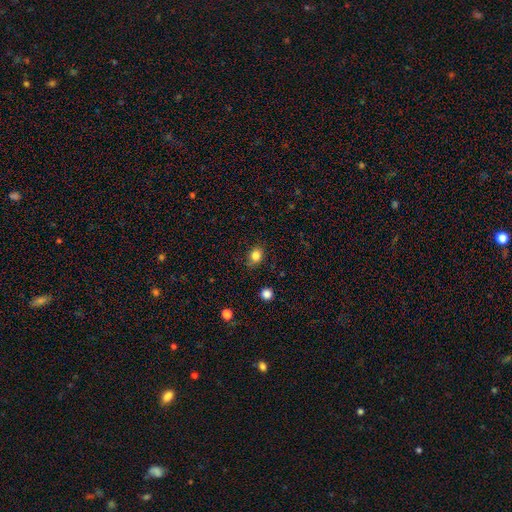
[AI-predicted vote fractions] The model was most divided on "how rounded": round: 53%, in between: 46%, cigar-shaped: 1%. More confident: smooth or featured — smooth (83%); merging — none (78%).